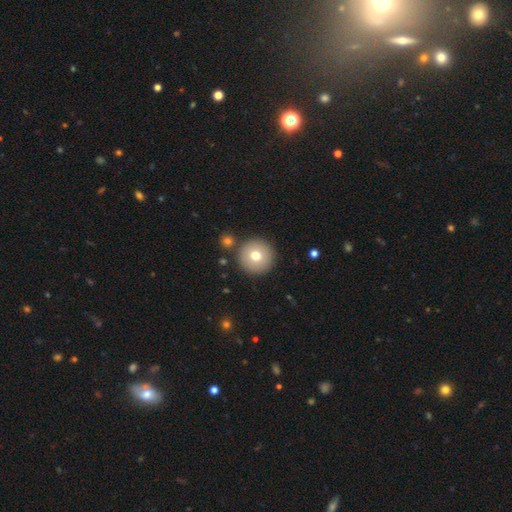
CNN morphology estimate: Smooth or featured? Predicted: smooth (p=0.74). How rounded? Predicted: round (p=0.96). Merging? Predicted: none (p=0.87).